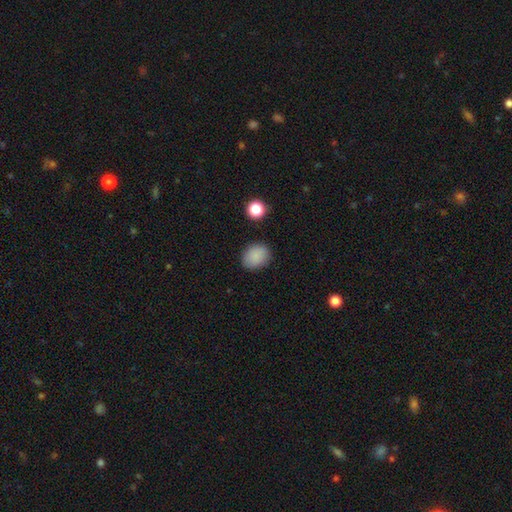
This is clearly a smooth galaxy (95%). How rounded: possibly in between (54%). Merging: clearly none (89%).